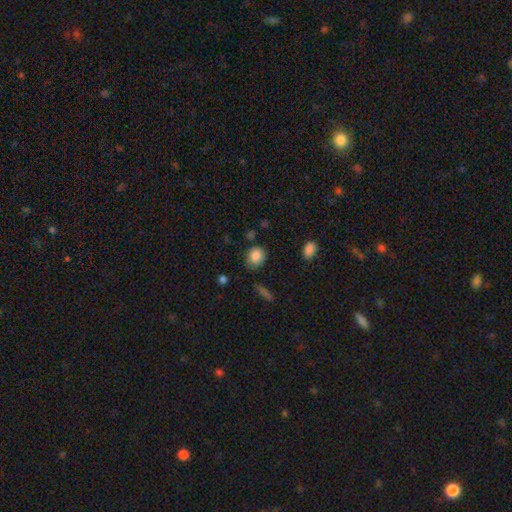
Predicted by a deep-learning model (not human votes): Smooth or featured? smooth (85%)
How rounded? round (69%)
Merging? none (73%)